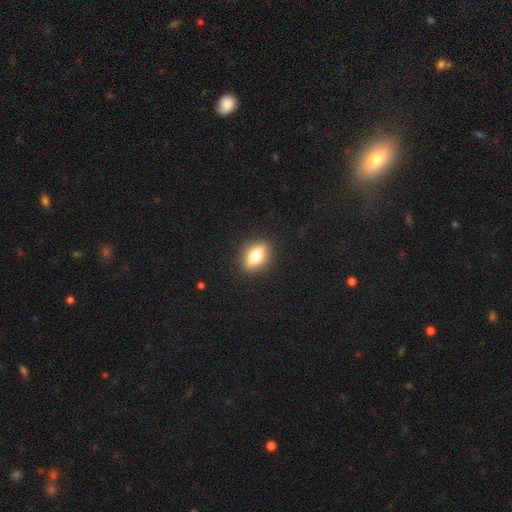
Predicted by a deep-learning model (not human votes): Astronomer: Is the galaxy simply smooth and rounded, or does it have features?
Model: smooth — 46% (runner-up: featured or disk, 45%).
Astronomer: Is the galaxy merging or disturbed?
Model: none — 89%.